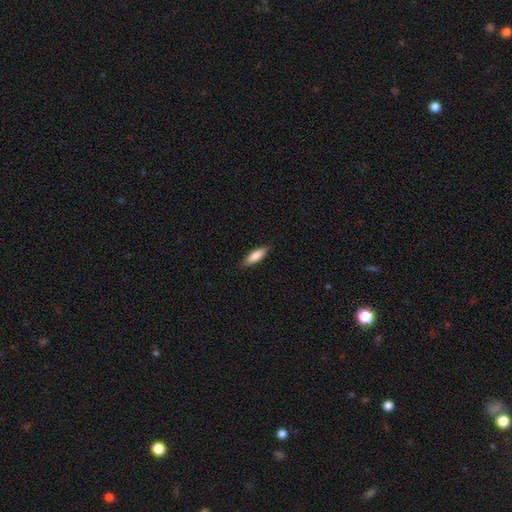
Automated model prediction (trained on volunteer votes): Smooth or featured: smooth — 82% (featured or disk — 12%)
How rounded: in between — 53% (cigar-shaped — 45%)
Merging: none — 86% (minor disturbance — 11%)